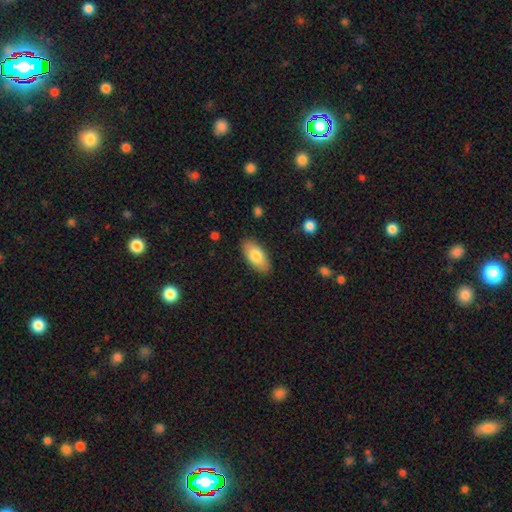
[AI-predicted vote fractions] Smooth or featured: smooth — 79% (featured or disk — 15%)
How rounded: in between — 91% (cigar-shaped — 6%)
Merging: none — 87% (minor disturbance — 10%)